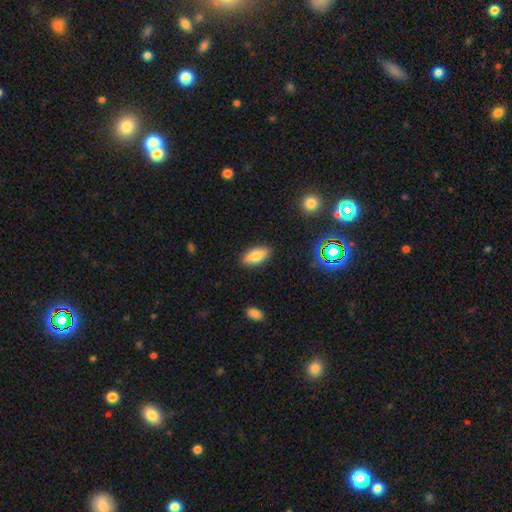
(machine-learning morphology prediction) A smooth galaxy with no disk features (75%) that is in between round and cigar-shaped (73%). Merging: none (87%).